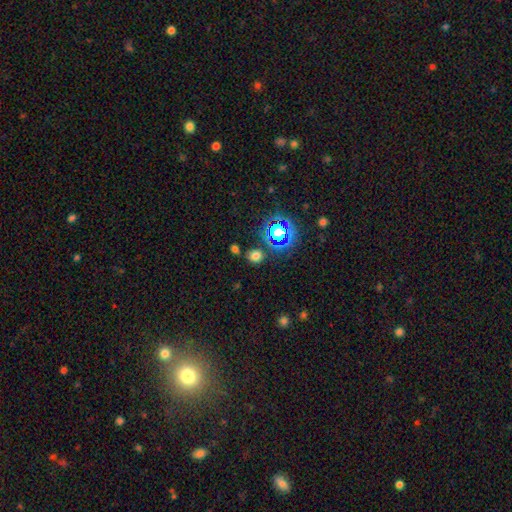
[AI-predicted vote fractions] A smooth galaxy with no disk features (66%) that is round (76%).

Vote fractions:
- Smooth or featured? smooth: 66% / star or artifact: 28% / featured or disk: 6%
- How rounded? round: 76% / in between: 23% / cigar-shaped: 1%
- Merging? none: 78% / minor disturbance: 9% / merger: 9% / major disturbance: 4%